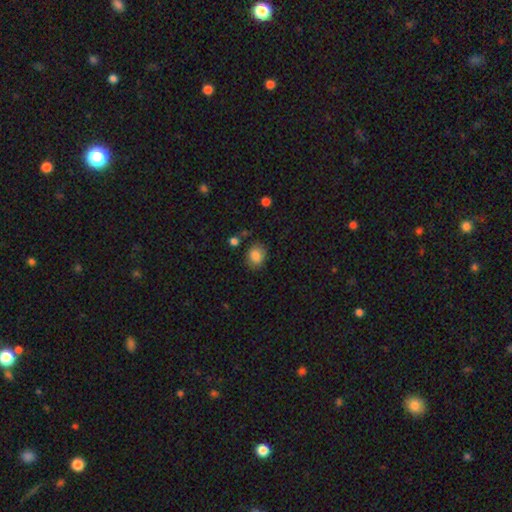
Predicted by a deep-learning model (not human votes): Smooth or featured? Predicted: smooth (p=0.85). How rounded? Predicted: round (p=0.63). Merging? Predicted: none (p=0.79).